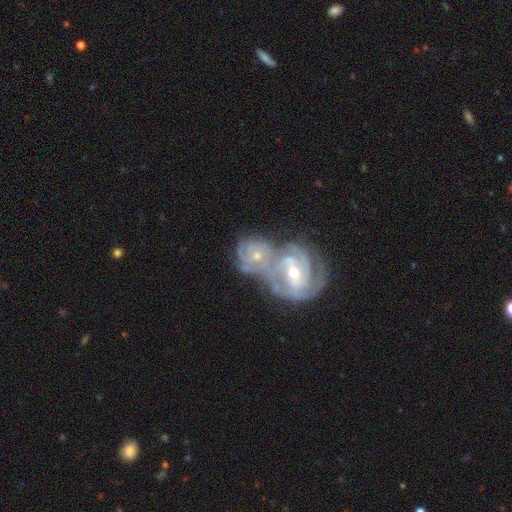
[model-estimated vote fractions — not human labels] This is likely a featured or disk galaxy (80%). It is clearly not viewed edge-on (97%). Bar: possibly no (52%). Spiral arm pattern: clearly yes (93%). Spiral arm count: marginally 3 (40%). Spiral winding: likely tight (62%). Central bulge: possibly moderate (57%). Merging: likely merger (75%).